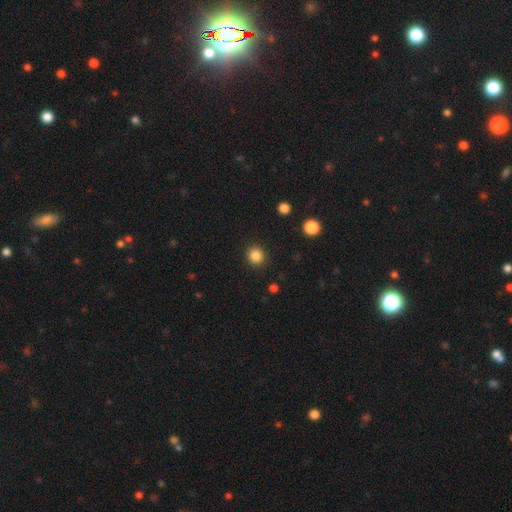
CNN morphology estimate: The model was most divided on "smooth or featured": smooth: 85%, star or artifact: 11%, featured or disk: 4%. More confident: merging — none (91%); how rounded — round (89%).